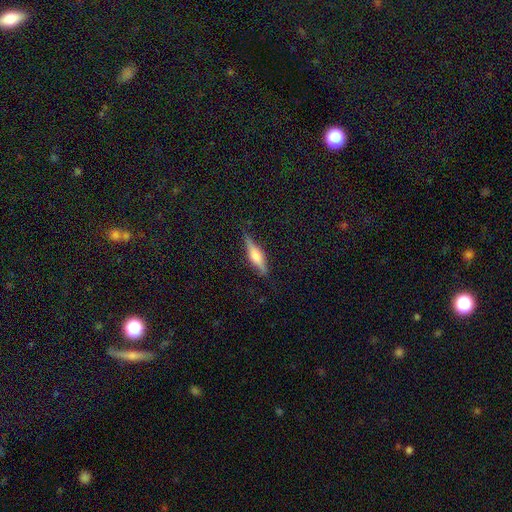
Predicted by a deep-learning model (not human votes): smooth-or-featured: featured or disk: 55% | smooth: 38% | star or artifact: 7%
  disk-edge-on: yes: 94% | no: 6%
    edge-on-bulge: rounded: 74% | boxy: 20% | none: 6%
  merging: none: 81% | minor disturbance: 15% | major disturbance: 3% | merger: 1%